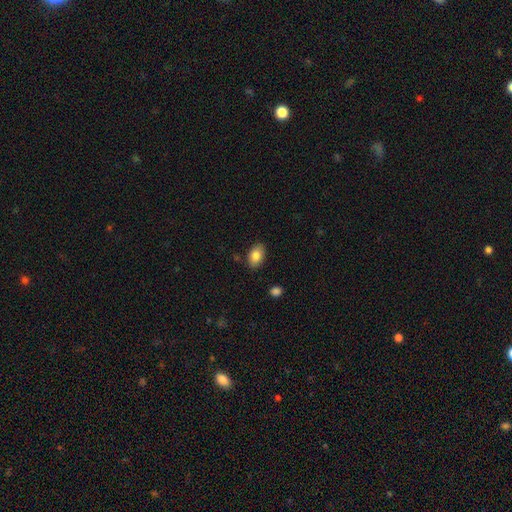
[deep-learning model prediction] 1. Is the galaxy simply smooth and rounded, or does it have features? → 84% smooth, 8% featured or disk, 7% star or artifact.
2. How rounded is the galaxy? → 90% in between, 9% round, 1% cigar-shaped.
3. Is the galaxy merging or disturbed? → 85% none, 10% minor disturbance, 2% major disturbance, 2% merger.